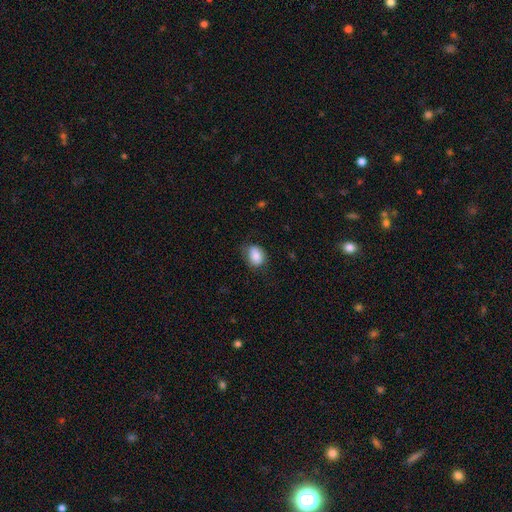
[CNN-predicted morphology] A smooth galaxy with no disk features (85%) that is in between round and cigar-shaped (68%). Merging: none (68%).